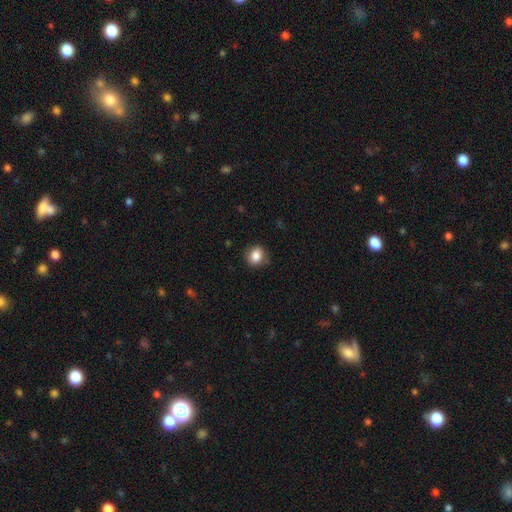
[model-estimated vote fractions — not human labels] A smooth galaxy with no disk features (83%) that is round (65%).

Vote fractions:
- Smooth or featured? smooth: 83% / star or artifact: 9% / featured or disk: 8%
- How rounded? round: 65% / in between: 34% / cigar-shaped: 1%
- Merging? none: 82% / minor disturbance: 14% / major disturbance: 3% / merger: 1%